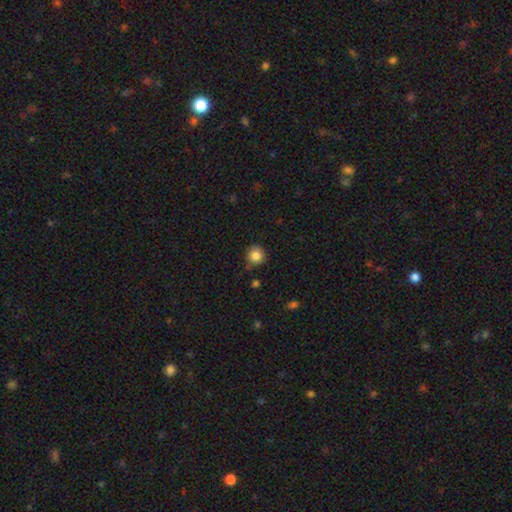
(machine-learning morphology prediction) A smooth galaxy with no disk features (84%) that is round (92%). Merging: none (81%).